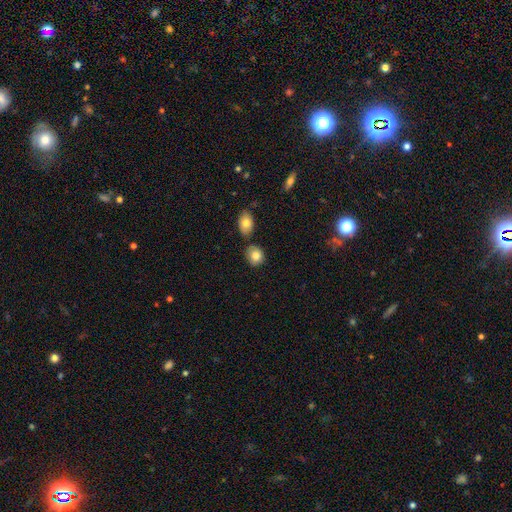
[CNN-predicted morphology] Smooth or featured?
  - smooth: 82% *
  - featured or disk: 9%
  - star or artifact: 9%
How rounded?
  - round: 65% *
  - in between: 34%
  - cigar-shaped: 1%
Merging?
  - none: 69% *
  - minor disturbance: 14%
  - merger: 13%
  - major disturbance: 3%